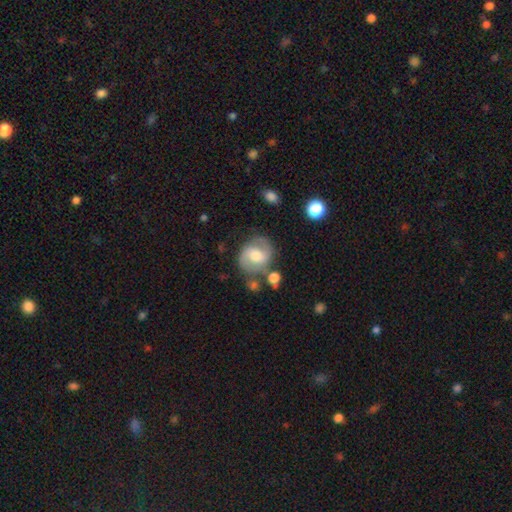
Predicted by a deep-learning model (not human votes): This appears to be a featured or disk galaxy (66%) with a weak bar (47%), 2 (88%) medium (52%) spiral arms (87%) and a moderate central bulge (64%). Merging: none (71%).